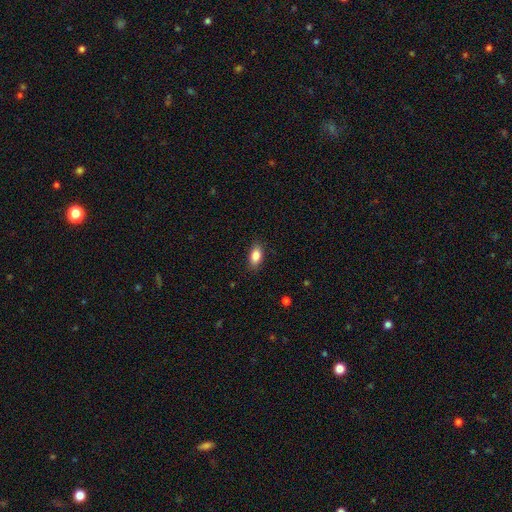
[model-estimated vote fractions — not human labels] Smooth or featured? smooth (87%)
How rounded? in between (89%)
Merging? none (86%)